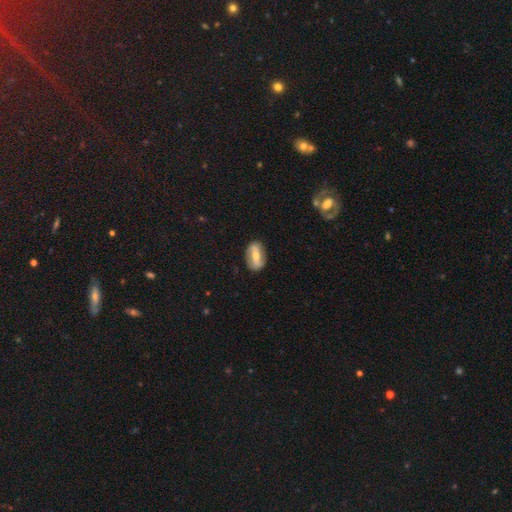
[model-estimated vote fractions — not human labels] This appears to be a featured or disk galaxy (52%). Merging: none (83%).